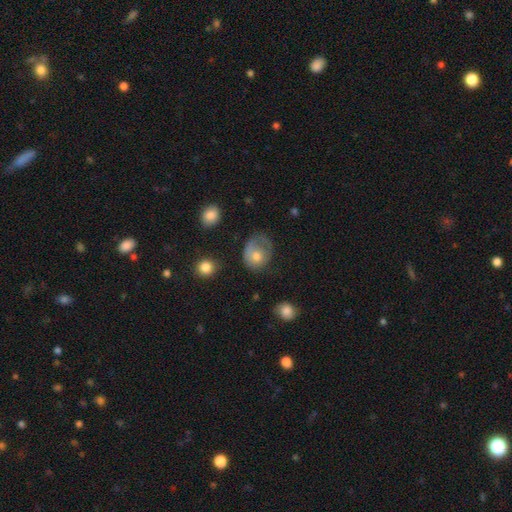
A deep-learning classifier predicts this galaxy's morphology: smooth 63%, featured or disk 29%, star or artifact 9%. Down the decision tree: how rounded — round (54%); merging — none (39%).